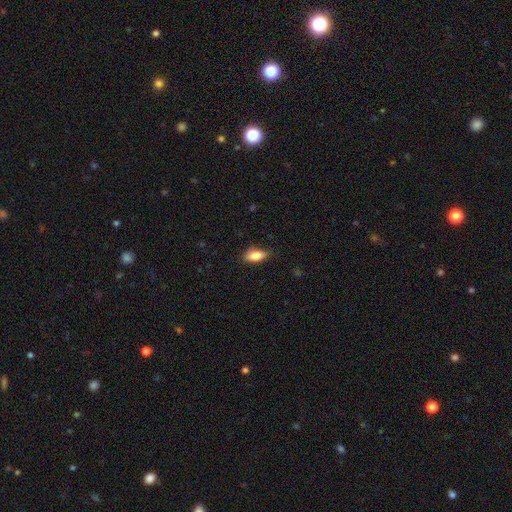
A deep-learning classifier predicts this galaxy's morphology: smooth_or_featured: smooth (p=0.82) [alt: featured or disk p=0.11]
how_rounded: in between (p=0.84) [alt: cigar-shaped p=0.12]
merging: none (p=0.78) [alt: minor disturbance p=0.18]